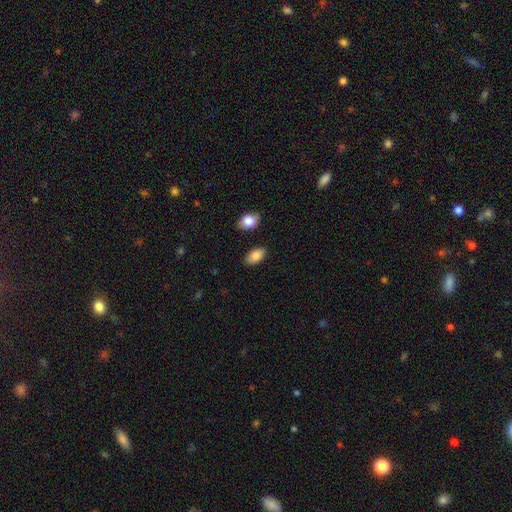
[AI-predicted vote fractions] The model was most divided on "smooth or featured": smooth: 83%, featured or disk: 9%, star or artifact: 7%. More confident: how rounded — in between (94%); merging — none (85%).